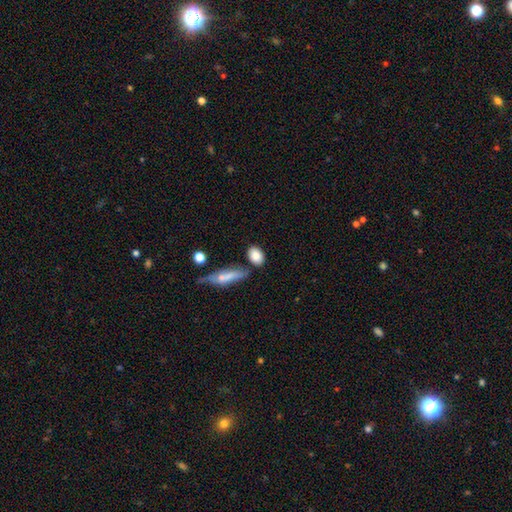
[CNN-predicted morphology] Q: Smooth or featured?
A: smooth (84%); runner-up: featured or disk (9%)
Q: How rounded?
A: in between (76%); runner-up: round (19%)
Q: Merging?
A: none (67%); runner-up: minor disturbance (16%)